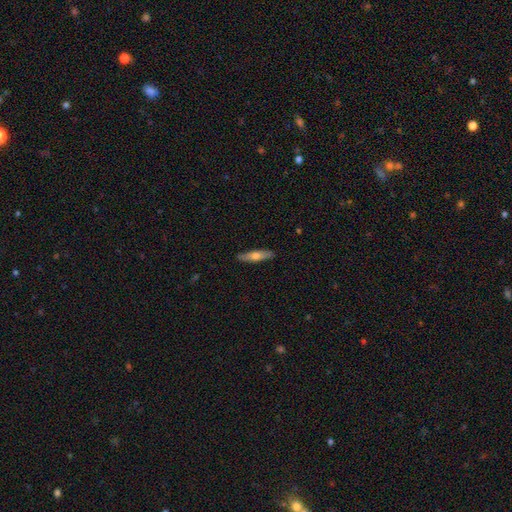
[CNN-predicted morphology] Smooth or featured?
  - smooth: 58% *
  - featured or disk: 37%
  - star or artifact: 6%
How rounded?
  - cigar-shaped: 74% *
  - in between: 24%
  - round: 2%
Merging?
  - none: 89% *
  - minor disturbance: 8%
  - major disturbance: 2%
  - merger: 1%